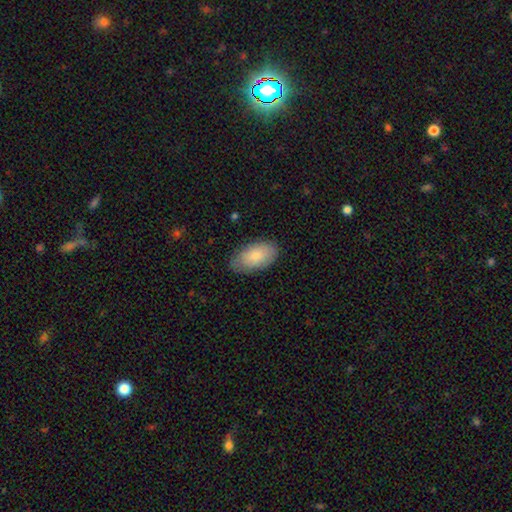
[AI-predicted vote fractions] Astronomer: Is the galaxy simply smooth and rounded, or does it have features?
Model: smooth — 81%.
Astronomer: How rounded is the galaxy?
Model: in between — 95%.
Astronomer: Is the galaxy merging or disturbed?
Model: none — 82%.